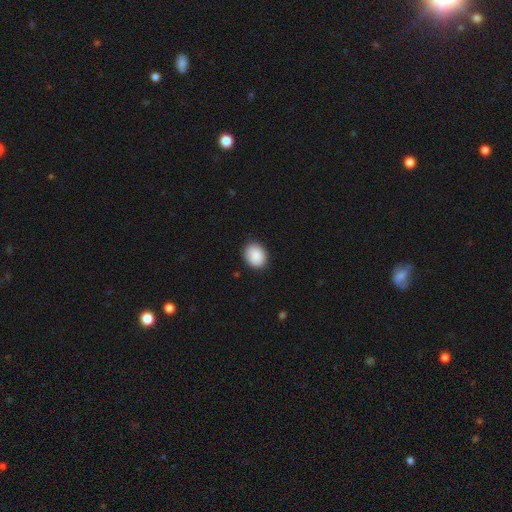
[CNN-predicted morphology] smooth 89%, star or artifact 7%, featured or disk 3%. Down the decision tree: how rounded — in between (51%); merging — none (87%).